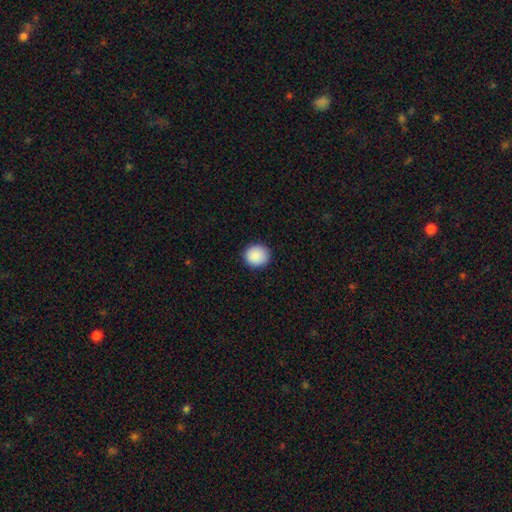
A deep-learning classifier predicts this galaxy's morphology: Q: Smooth or featured?
A: smooth (90%); runner-up: star or artifact (7%)
Q: How rounded?
A: round (87%); runner-up: in between (12%)
Q: Merging?
A: none (90%); runner-up: minor disturbance (7%)